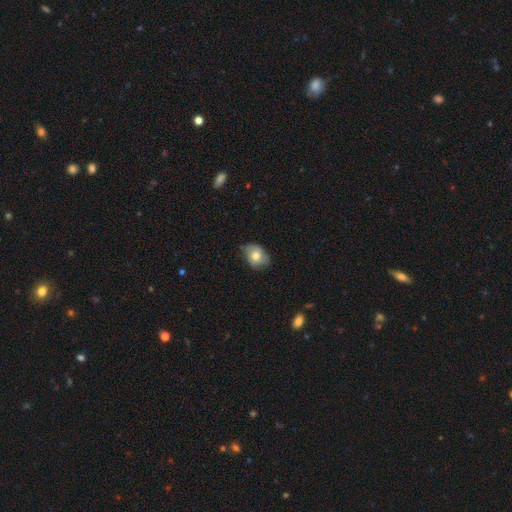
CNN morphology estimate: Overall: smooth (71%). How rounded: in between (57%; round 42%). Merging: none (62%; minor disturbance 30%).